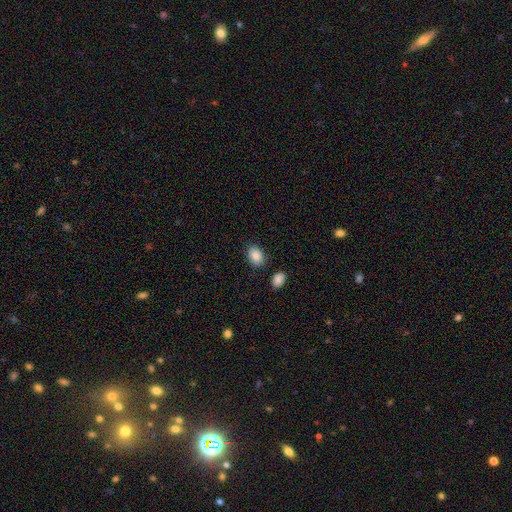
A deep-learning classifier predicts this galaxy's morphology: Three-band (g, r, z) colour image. It shows a smooth galaxy with no disk features (87%) that is in between round and cigar-shaped (77%). Merging: none (81%).